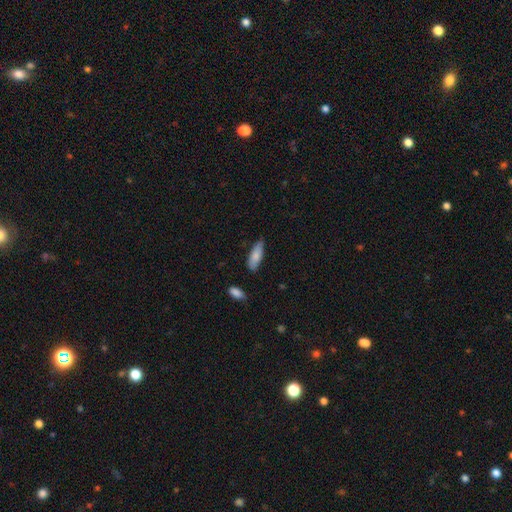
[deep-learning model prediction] Morphology: type=smooth (81%); roundness=in between (62%); merging=none (72%).